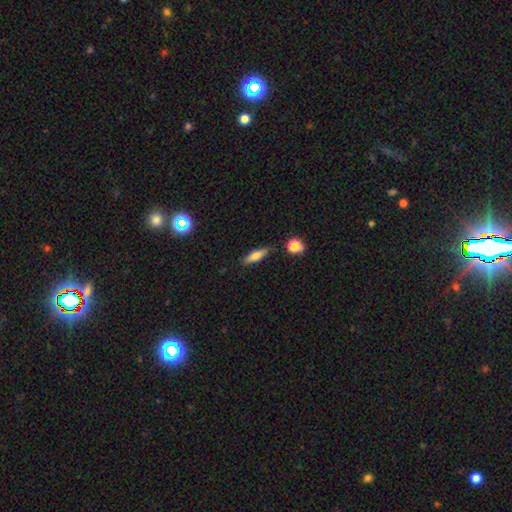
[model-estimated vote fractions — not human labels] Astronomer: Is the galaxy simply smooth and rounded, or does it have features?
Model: smooth — 65%.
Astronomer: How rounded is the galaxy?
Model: cigar-shaped — 58% (runner-up: in between, 38%).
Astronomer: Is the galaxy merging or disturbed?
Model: none — 82%.